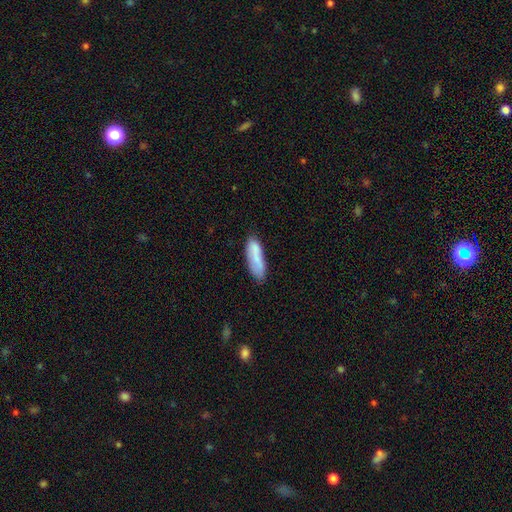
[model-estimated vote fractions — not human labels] Q: Smooth or featured?
A: smooth (78%); runner-up: featured or disk (15%)
Q: How rounded?
A: in between (51%); runner-up: cigar-shaped (48%)
Q: Merging?
A: none (67%); runner-up: minor disturbance (23%)